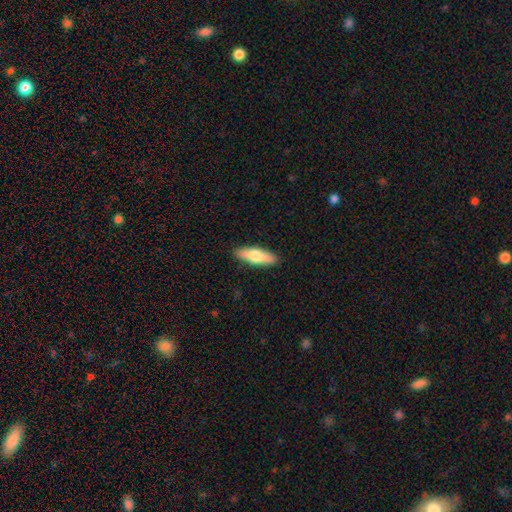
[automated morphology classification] This appears to be a smooth galaxy with no disk features (69%) that is in between round and cigar-shaped (54%). Merging: none (89%).